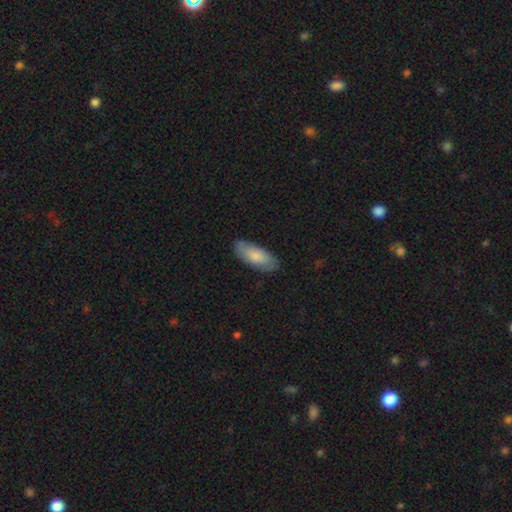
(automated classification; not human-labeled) Smooth or featured?
  - smooth: 78% *
  - featured or disk: 17%
  - star or artifact: 5%
How rounded?
  - in between: 82% *
  - cigar-shaped: 17%
  - round: 2%
Merging?
  - none: 79% *
  - minor disturbance: 16%
  - major disturbance: 3%
  - merger: 1%